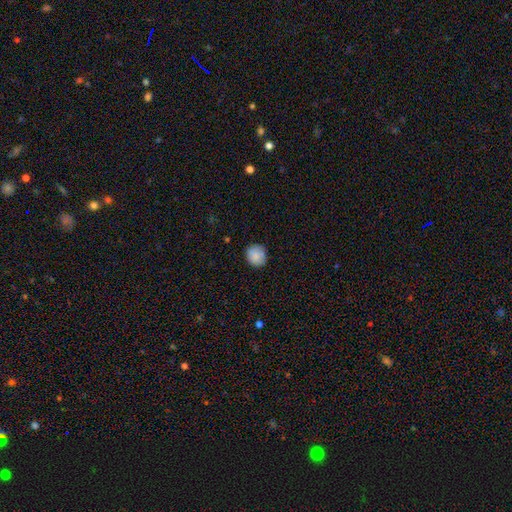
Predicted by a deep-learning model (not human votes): This appears to be a smooth galaxy with no disk features (85%) that is round (86%). Merging: none (84%).